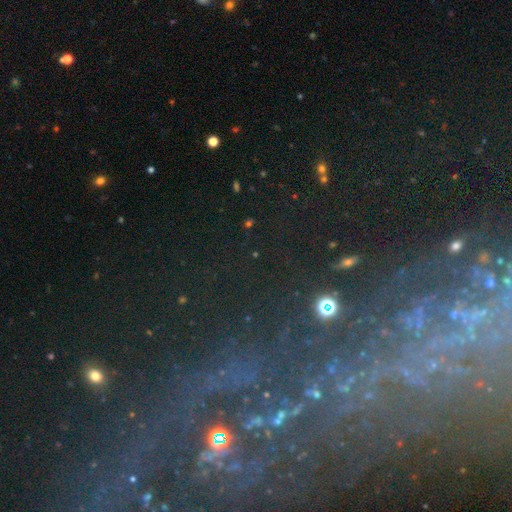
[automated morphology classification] Smooth or featured? star or artifact (43%)